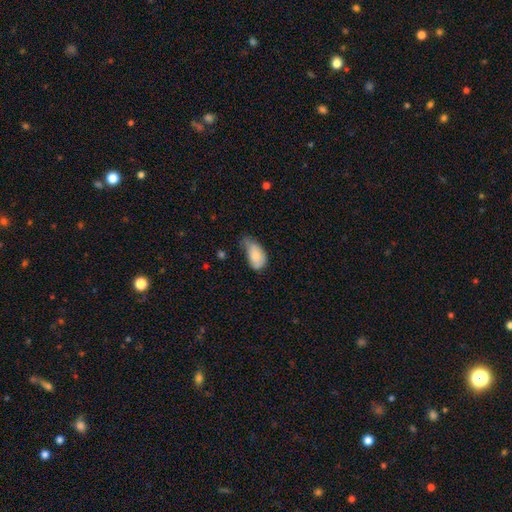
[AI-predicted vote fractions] This appears to be a smooth galaxy with no disk features (82%) that is in between round and cigar-shaped (93%). Merging: minor disturbance (50%).